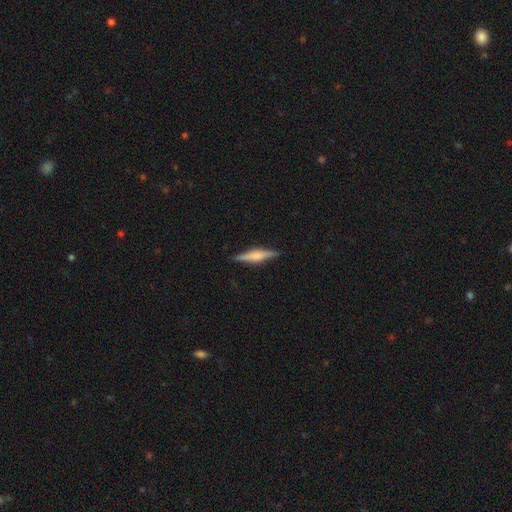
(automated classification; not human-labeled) Smooth or featured: featured or disk — 59% (smooth — 35%)
Edge-on disk: yes — 97% (no — 3%)
Edge-on bulge: rounded — 65% (boxy — 25%)
Merging: none — 89% (minor disturbance — 8%)